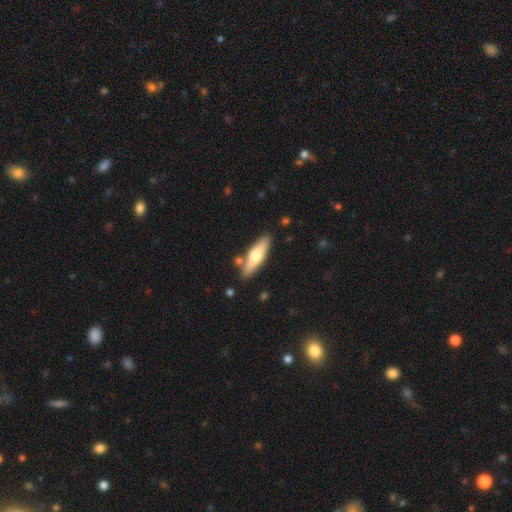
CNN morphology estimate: Overall: smooth (52%; featured or disk 43%). How rounded: cigar-shaped (62%; in between 36%). Merging: none (82%).